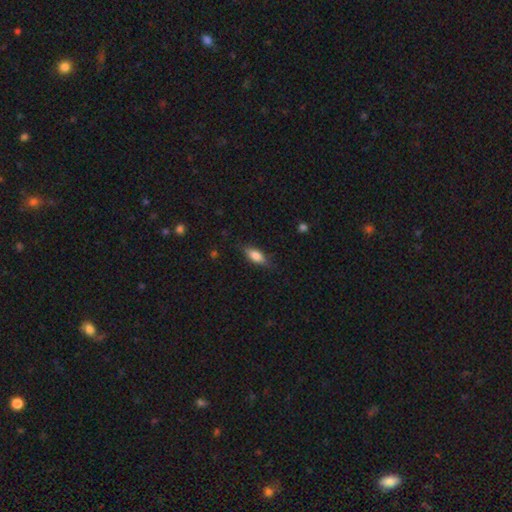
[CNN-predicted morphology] A smooth galaxy with no disk features (79%) that is in between round and cigar-shaped (77%). Merging: none (79%).